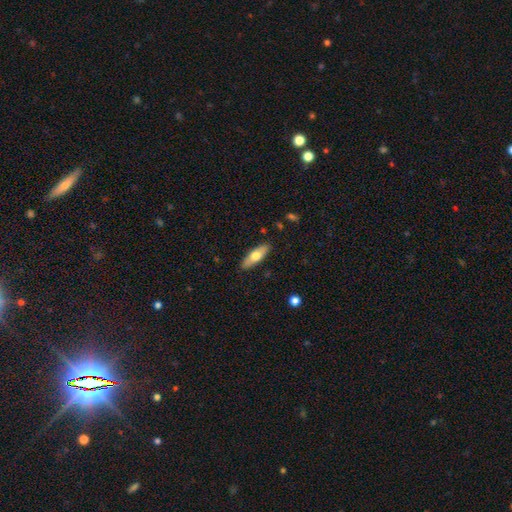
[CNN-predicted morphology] Smooth or featured? smooth (62%)
How rounded? in between (56%)
Merging? none (88%)